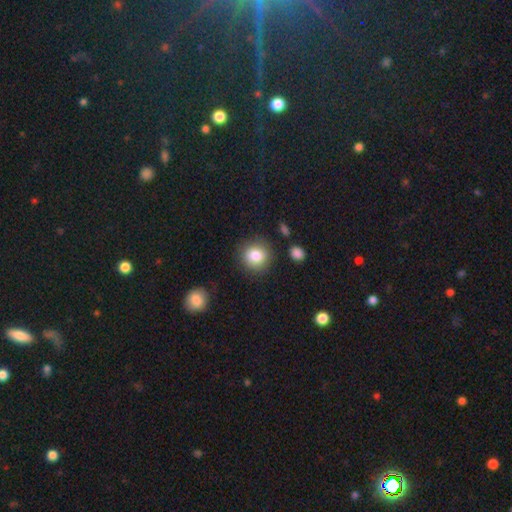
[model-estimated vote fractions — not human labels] Morphology: type=smooth (84%); roundness=round (87%); merging=none (84%).